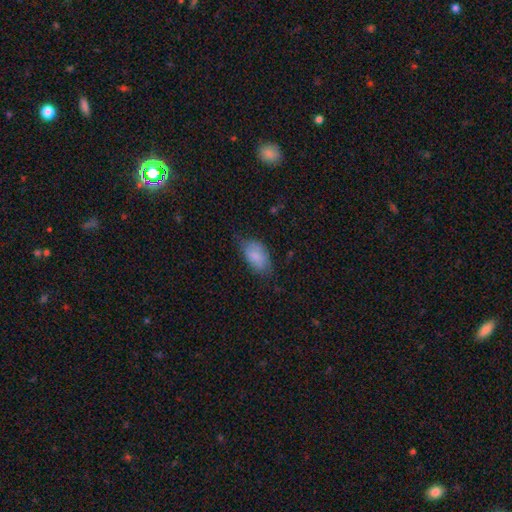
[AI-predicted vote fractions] This appears to be a smooth galaxy with no disk features (81%) that is in between round and cigar-shaped (92%). Merging: none (57%).